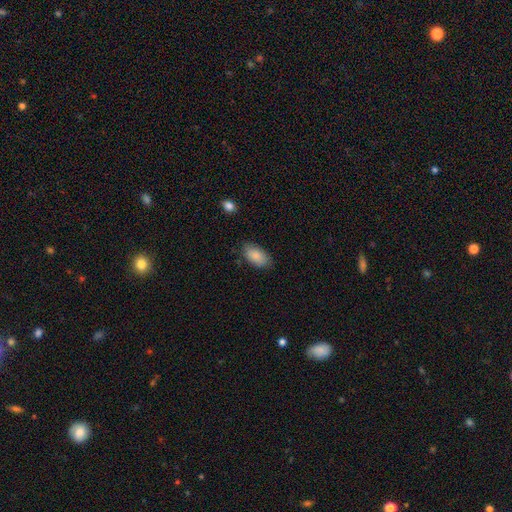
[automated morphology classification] The model was most divided on "merging": none: 81%, minor disturbance: 15%, major disturbance: 3%, merger: 1%. More confident: how rounded — in between (93%); smooth or featured — smooth (86%).